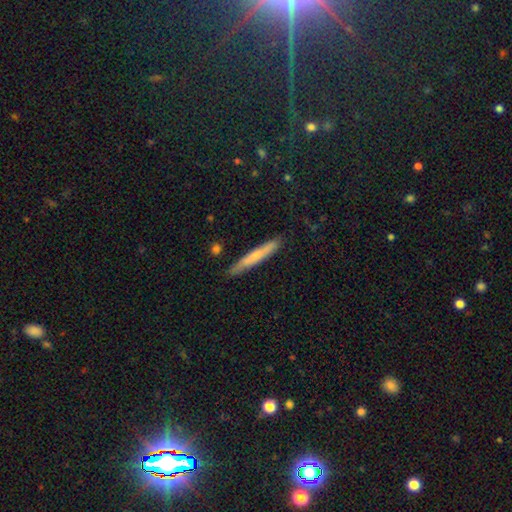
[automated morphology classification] This is likely a smooth galaxy (63%). How rounded: clearly cigar-shaped (95%). Merging: clearly none (87%).